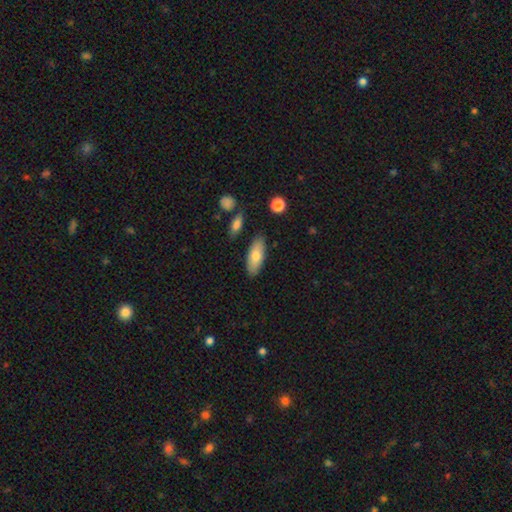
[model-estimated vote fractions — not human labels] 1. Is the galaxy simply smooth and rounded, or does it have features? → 76% smooth, 17% featured or disk, 6% star or artifact.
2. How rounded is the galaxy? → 79% in between, 19% cigar-shaped, 2% round.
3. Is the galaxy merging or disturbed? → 84% none, 11% minor disturbance, 3% merger, 2% major disturbance.